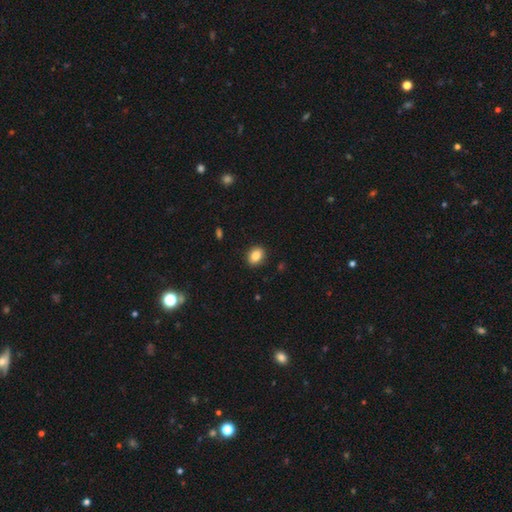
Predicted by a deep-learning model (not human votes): Q: Smooth or featured?
A: smooth (86%); runner-up: star or artifact (9%)
Q: How rounded?
A: in between (62%); runner-up: round (37%)
Q: Merging?
A: none (91%); runner-up: minor disturbance (7%)